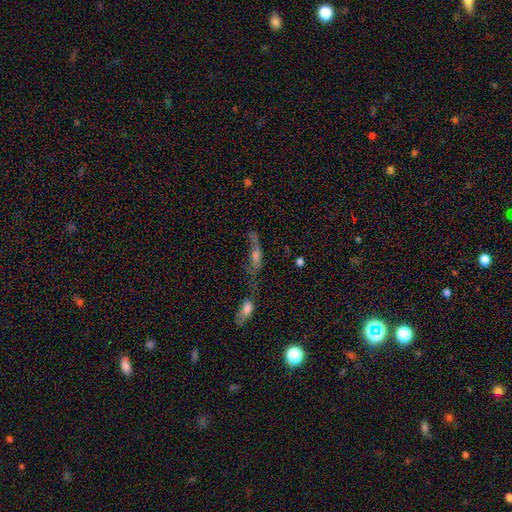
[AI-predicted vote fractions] A featured or disk galaxy (50%). Merging: merger (38%).